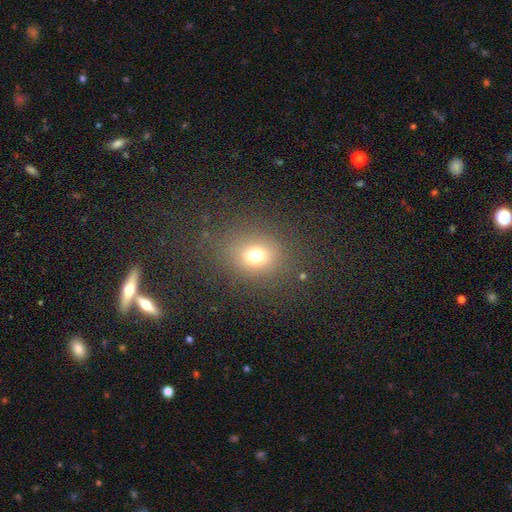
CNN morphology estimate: smooth-or-featured: smooth: 69% | star or artifact: 21% | featured or disk: 10%
  how-rounded: round: 71% | in between: 28% | cigar-shaped: 1%
  merging: none: 81% | minor disturbance: 10% | major disturbance: 7% | merger: 2%